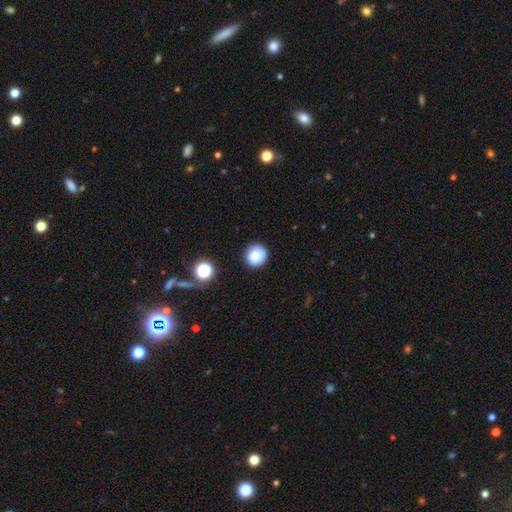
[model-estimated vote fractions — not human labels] This is clearly a smooth galaxy (83%). How rounded: clearly round (91%). Merging: clearly none (87%).